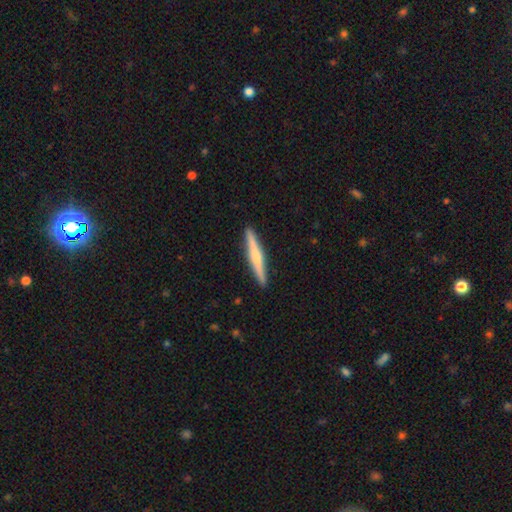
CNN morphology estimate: smooth-or-featured: featured or disk: 56% | smooth: 39% | star or artifact: 5%
  disk-edge-on: yes: 98% | no: 2%
    edge-on-bulge: rounded: 73% | none: 17% | boxy: 10%
  merging: none: 92% | minor disturbance: 6% | major disturbance: 1% | merger: 1%